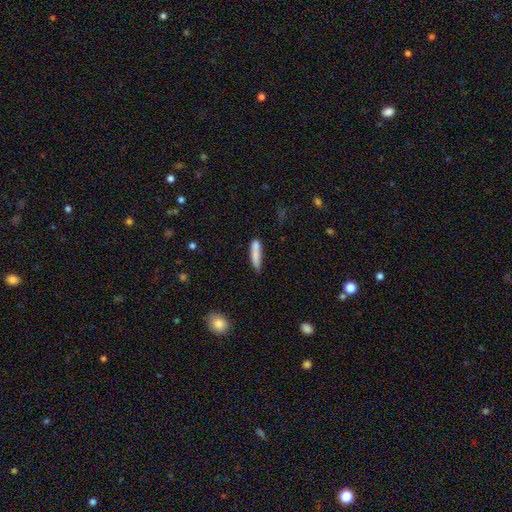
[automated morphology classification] smooth_or_featured: smooth (p=0.79) [alt: featured or disk p=0.14]
how_rounded: cigar-shaped (p=0.80) [alt: in between p=0.18]
merging: none (p=0.57) [alt: minor disturbance p=0.24]